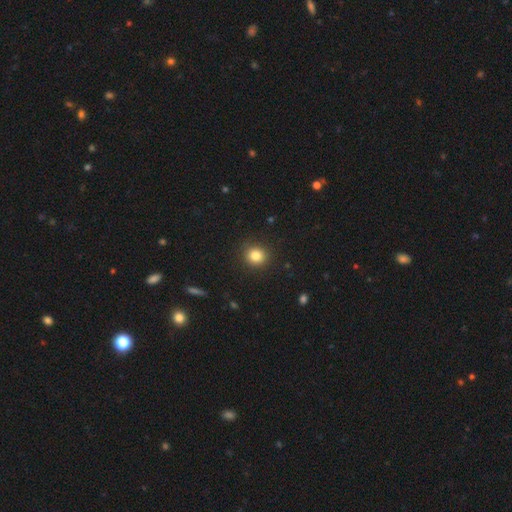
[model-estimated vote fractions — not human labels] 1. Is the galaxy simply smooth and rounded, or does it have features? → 83% smooth, 11% star or artifact, 6% featured or disk.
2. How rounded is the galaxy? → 89% round, 10% in between, 1% cigar-shaped.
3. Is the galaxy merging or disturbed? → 91% none, 6% minor disturbance, 2% major disturbance, 1% merger.